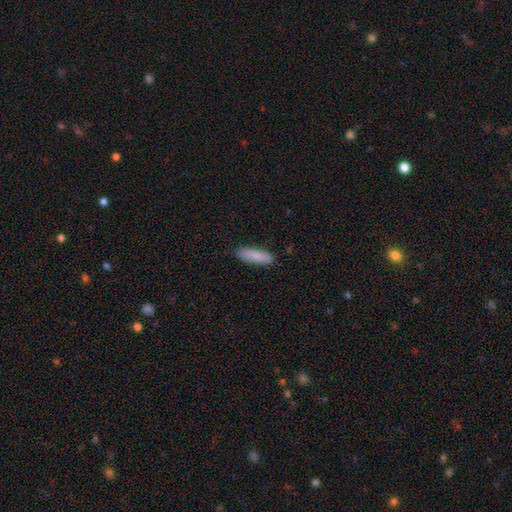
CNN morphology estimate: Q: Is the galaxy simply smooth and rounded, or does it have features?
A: smooth — 85%.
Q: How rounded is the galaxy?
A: cigar-shaped — 61%.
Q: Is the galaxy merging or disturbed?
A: none — 88%.